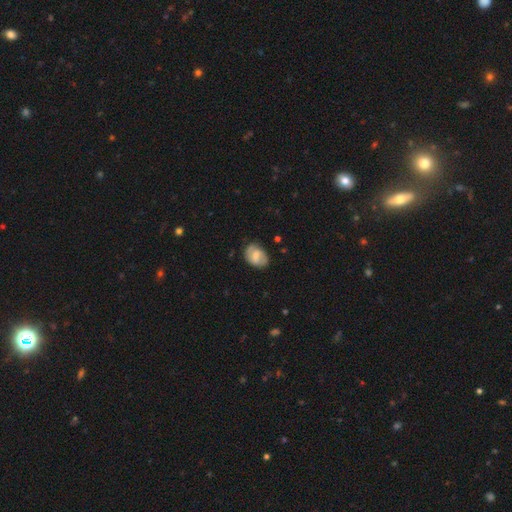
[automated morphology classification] smooth-or-featured: smooth: 50% | featured or disk: 43% | star or artifact: 7%
  merging: none: 70% | minor disturbance: 23% | major disturbance: 6% | merger: 2%